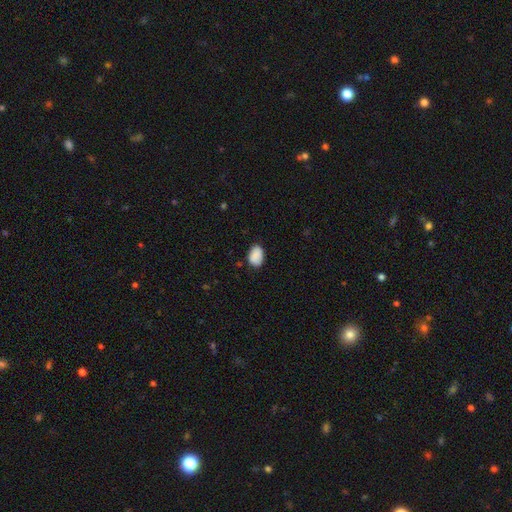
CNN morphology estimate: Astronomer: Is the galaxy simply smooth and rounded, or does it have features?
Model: smooth — 89%.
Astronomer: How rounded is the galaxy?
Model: in between — 86%.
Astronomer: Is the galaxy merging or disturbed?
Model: none — 78%.